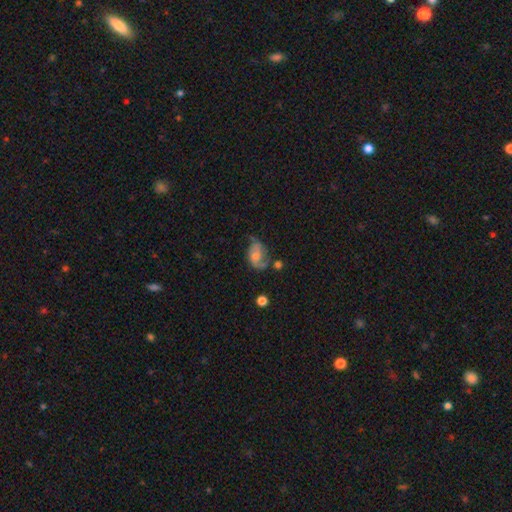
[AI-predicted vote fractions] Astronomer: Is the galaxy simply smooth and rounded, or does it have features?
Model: featured or disk — 61%.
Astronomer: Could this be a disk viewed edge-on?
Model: no — 96%.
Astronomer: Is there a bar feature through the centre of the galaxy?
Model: no — 61%.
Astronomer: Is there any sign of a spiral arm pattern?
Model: yes — 83%.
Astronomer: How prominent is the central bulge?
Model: moderate — 50% (runner-up: small, 36%).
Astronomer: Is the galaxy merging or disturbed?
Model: none — 48% (runner-up: minor disturbance, 28%).